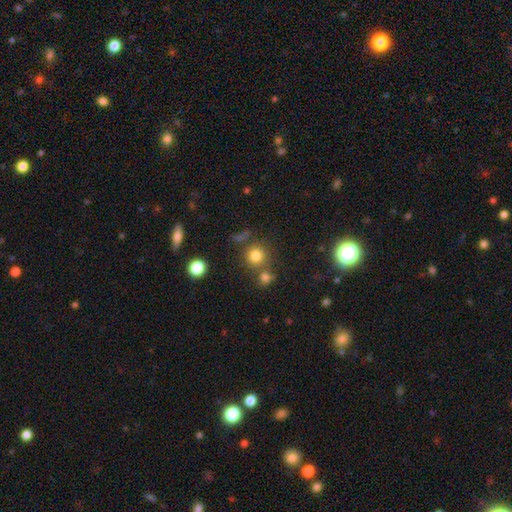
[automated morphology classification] Overall: smooth (78%). How rounded: round (92%). Merging: none (70%).